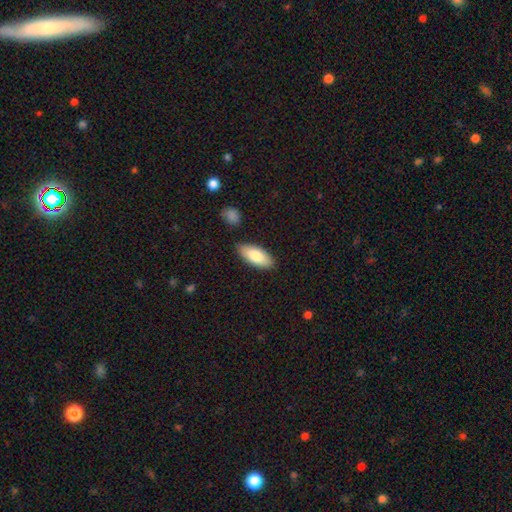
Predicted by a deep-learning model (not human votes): Smooth or featured?
  - smooth: 82% *
  - featured or disk: 12%
  - star or artifact: 6%
How rounded?
  - in between: 86% *
  - cigar-shaped: 13%
  - round: 2%
Merging?
  - none: 83% *
  - minor disturbance: 11%
  - merger: 3%
  - major disturbance: 2%